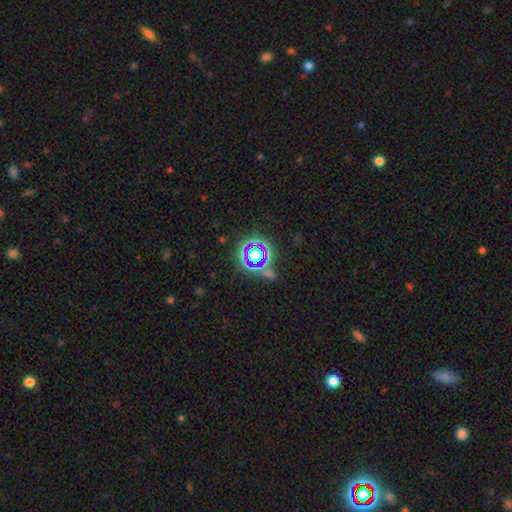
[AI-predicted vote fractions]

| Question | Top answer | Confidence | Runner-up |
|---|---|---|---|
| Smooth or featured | star or artifact | 58% | smooth (30%) |